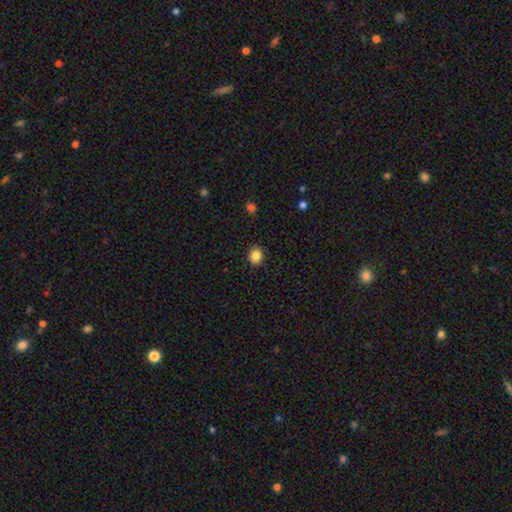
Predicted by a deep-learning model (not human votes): Overall: smooth (86%). How rounded: round (69%; in between 30%). Merging: none (90%).